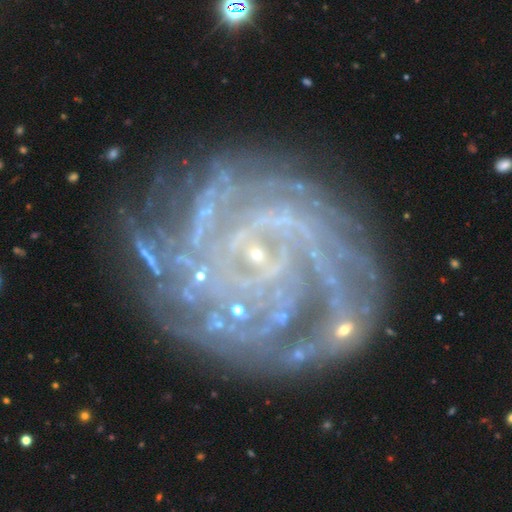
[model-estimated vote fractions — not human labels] Smooth or featured? featured or disk (89%)
Edge-on disk? no (98%)
Bar? no (60%)
Spiral arms? yes (97%)
Spiral winding? tight (72%)
Spiral arm count? 4 (20%, tied with more than 4)
Bulge size? small (77%)
Merging? none (68%)